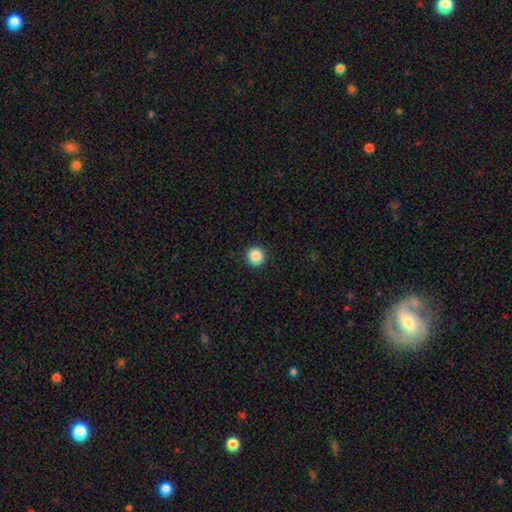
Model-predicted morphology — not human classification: smooth 87%, star or artifact 10%, featured or disk 3%. Down the decision tree: how rounded — round (95%); merging — none (92%).